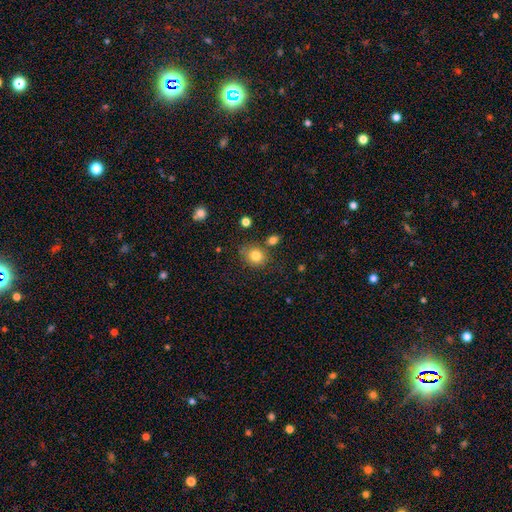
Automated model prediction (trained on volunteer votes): Smooth or featured? smooth (82%)
How rounded? round (69%)
Merging? none (72%)